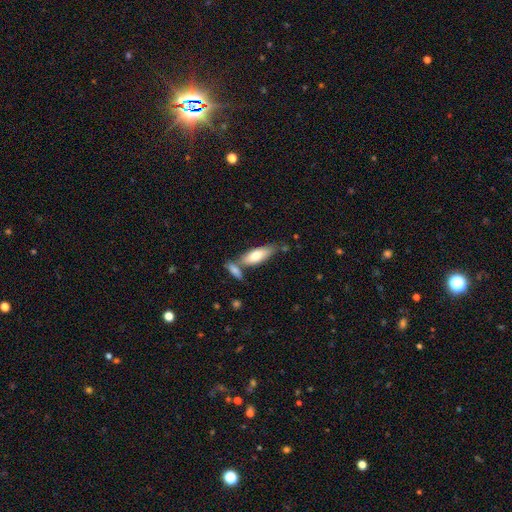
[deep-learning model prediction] smooth-or-featured: smooth: 73% | featured or disk: 21% | star or artifact: 6%
  how-rounded: in between: 64% | cigar-shaped: 34% | round: 2%
  merging: none: 53% | merger: 28% | minor disturbance: 15% | major disturbance: 4%